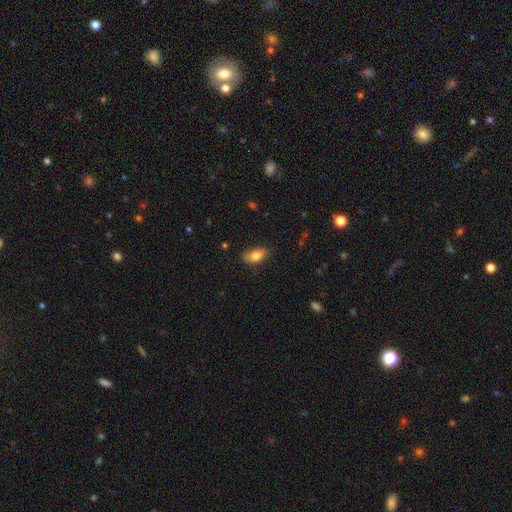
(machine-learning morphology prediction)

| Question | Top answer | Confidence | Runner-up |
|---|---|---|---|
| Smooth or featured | smooth | 80% | featured or disk (12%) |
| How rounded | in between | 89% | round (6%) |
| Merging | none | 79% | minor disturbance (16%) |